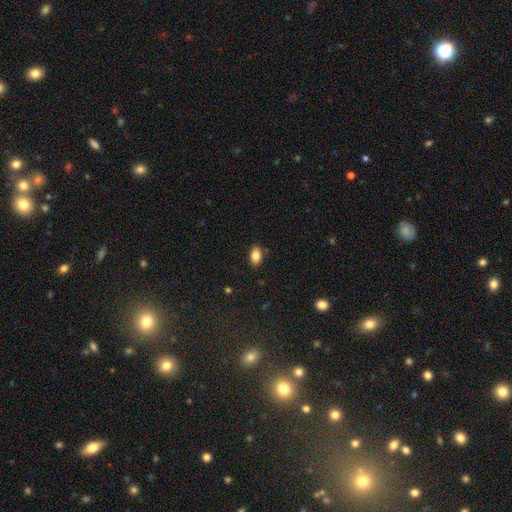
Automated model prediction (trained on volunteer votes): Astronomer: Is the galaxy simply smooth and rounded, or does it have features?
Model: smooth — 85%.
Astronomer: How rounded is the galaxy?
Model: in between — 88%.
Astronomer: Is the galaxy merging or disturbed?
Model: none — 87%.